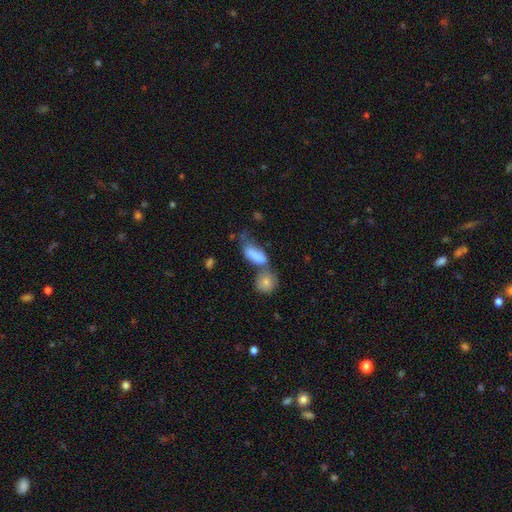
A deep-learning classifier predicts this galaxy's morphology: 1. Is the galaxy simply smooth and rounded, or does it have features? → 78% smooth, 13% featured or disk, 9% star or artifact.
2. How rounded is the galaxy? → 83% in between, 10% cigar-shaped, 7% round.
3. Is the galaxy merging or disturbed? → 54% merger, 20% none, 13% minor disturbance, 13% major disturbance.